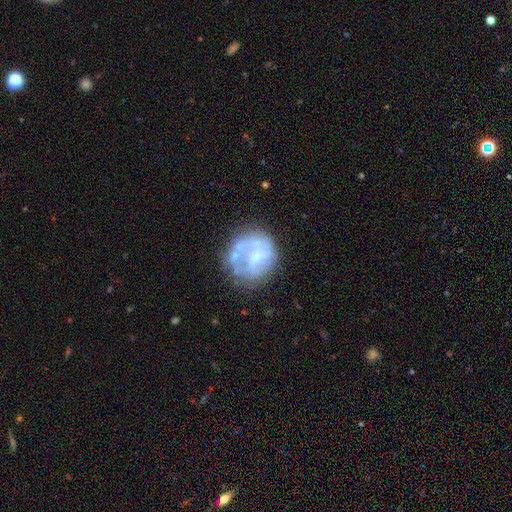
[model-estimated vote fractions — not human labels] The model was most divided on "spiral arms": no: 56%, yes: 44%. Remaining: edge-on disk — no (98%); smooth or featured — featured or disk (65%); merging — none (56%); bar — no (56%); bulge size — none (42%).